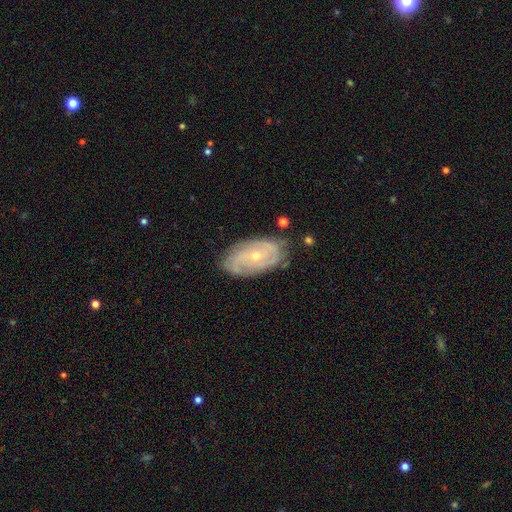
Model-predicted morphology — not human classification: smooth-or-featured: featured or disk: 75% | smooth: 18% | star or artifact: 6%
  disk-edge-on: no: 94% | yes: 6%
    bar: no: 72% | weak: 23% | strong: 5%
    has-spiral-arms: yes: 85% | no: 15%
      spiral-winding: tight: 61% | medium: 29% | loose: 10%
      spiral-arm-count: can't tell: 39% | 2: 33% | 3: 15% | 4: 6% | 1: 4% | more than 4: 4%
    bulge-size: small: 69% | moderate: 28% | none: 1% | large: 1% | dominant: 1%
  merging: none: 75% | minor disturbance: 19% | major disturbance: 5% | merger: 2%